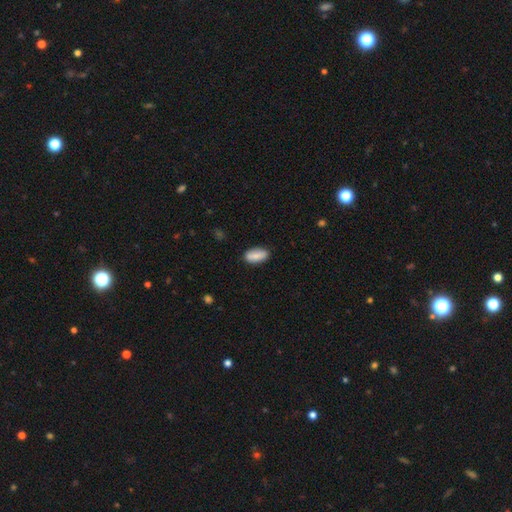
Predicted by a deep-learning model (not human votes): A smooth galaxy with no disk features (84%) that is in between round and cigar-shaped (87%).

Vote fractions:
- Smooth or featured? smooth: 84% / featured or disk: 10% / star or artifact: 7%
- How rounded? in between: 87% / cigar-shaped: 10% / round: 3%
- Merging? none: 85% / minor disturbance: 12% / major disturbance: 2% / merger: 1%